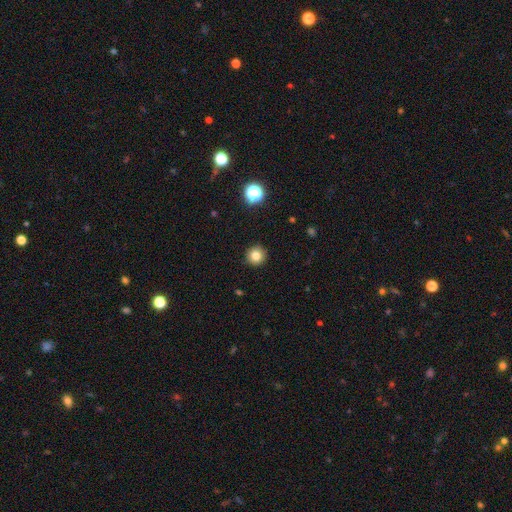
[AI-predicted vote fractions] The model was most divided on "smooth or featured": smooth: 80%, star or artifact: 13%, featured or disk: 7%. More confident: how rounded — round (95%); merging — none (92%).